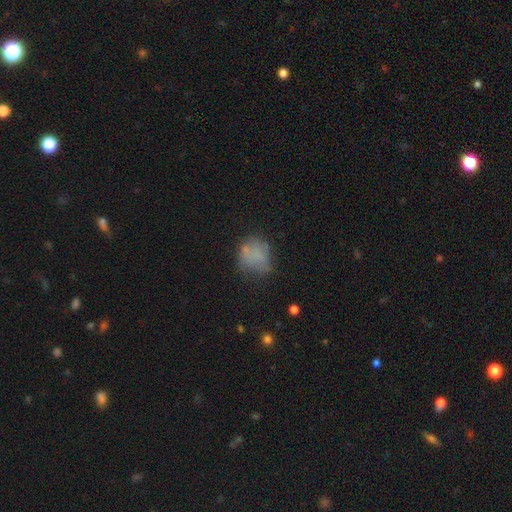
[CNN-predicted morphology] Smooth or featured?
  - smooth: 65% *
  - featured or disk: 22%
  - star or artifact: 13%
How rounded?
  - round: 65% *
  - in between: 34%
  - cigar-shaped: 1%
Merging?
  - none: 49% *
  - minor disturbance: 29%
  - major disturbance: 17%
  - merger: 6%